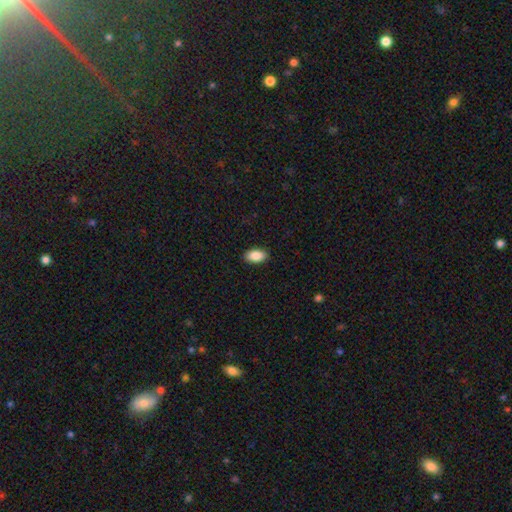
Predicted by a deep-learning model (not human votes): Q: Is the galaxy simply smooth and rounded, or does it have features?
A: smooth — 88%.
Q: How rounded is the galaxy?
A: in between — 93%.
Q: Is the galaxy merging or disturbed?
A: none — 90%.